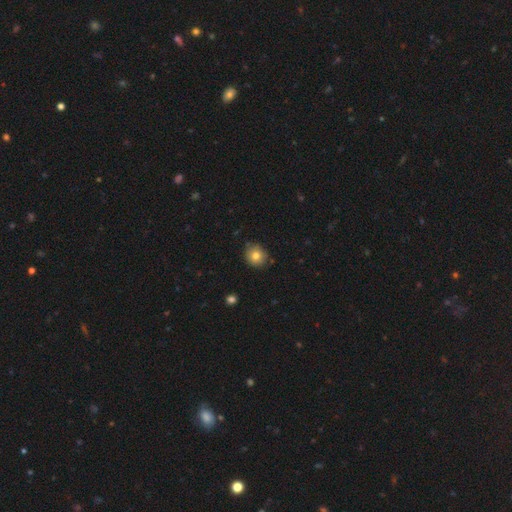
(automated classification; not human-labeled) A smooth galaxy with no disk features (79%) that is round (85%). Merging: none (84%).